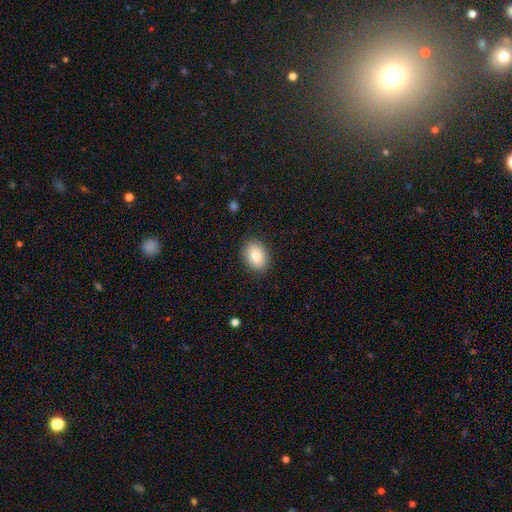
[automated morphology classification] A smooth galaxy with no disk features (83%) that is in between round and cigar-shaped (75%). Merging: none (88%).